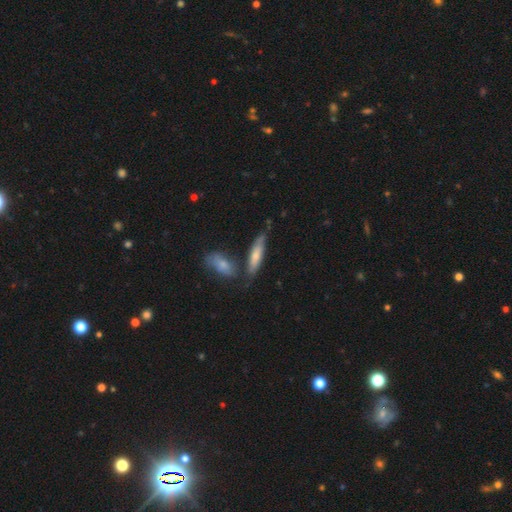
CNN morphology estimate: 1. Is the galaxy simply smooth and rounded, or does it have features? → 63% smooth, 31% featured or disk, 6% star or artifact.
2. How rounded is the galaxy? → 64% cigar-shaped, 33% in between, 2% round.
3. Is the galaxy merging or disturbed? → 56% none, 21% minor disturbance, 17% merger, 6% major disturbance.